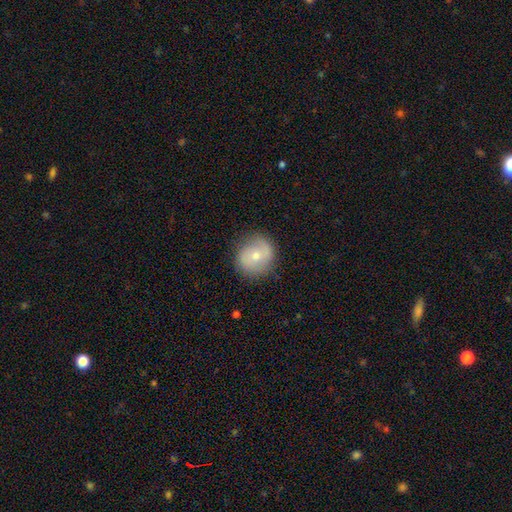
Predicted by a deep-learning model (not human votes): Smooth or featured? Predicted: smooth (p=0.51). How rounded? Predicted: round (p=0.86). Merging? Predicted: none (p=0.80).